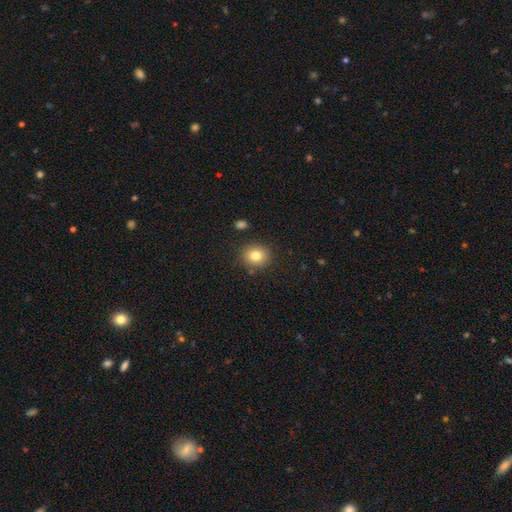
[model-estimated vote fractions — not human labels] This is clearly a smooth galaxy (80%). How rounded: likely round (78%). Merging: clearly none (85%).